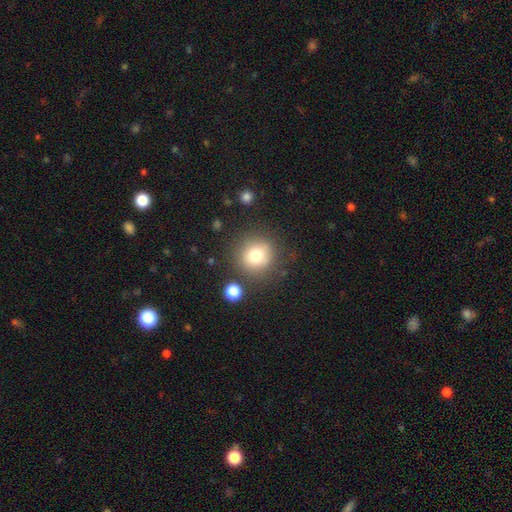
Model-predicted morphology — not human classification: Smooth or featured?
  - smooth: 77% *
  - star or artifact: 12%
  - featured or disk: 11%
How rounded?
  - round: 92% *
  - in between: 7%
  - cigar-shaped: 1%
Merging?
  - none: 80% *
  - minor disturbance: 10%
  - merger: 5%
  - major disturbance: 5%